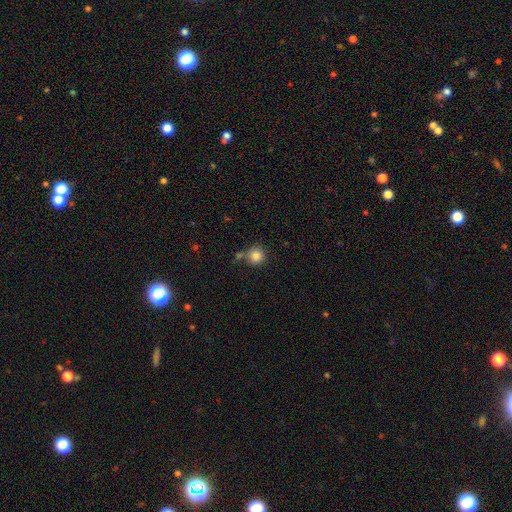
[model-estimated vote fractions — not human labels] smooth-or-featured: smooth: 85% | star or artifact: 10% | featured or disk: 5%
  how-rounded: round: 93% | in between: 6% | cigar-shaped: 1%
  merging: none: 69% | merger: 15% | minor disturbance: 12% | major disturbance: 4%